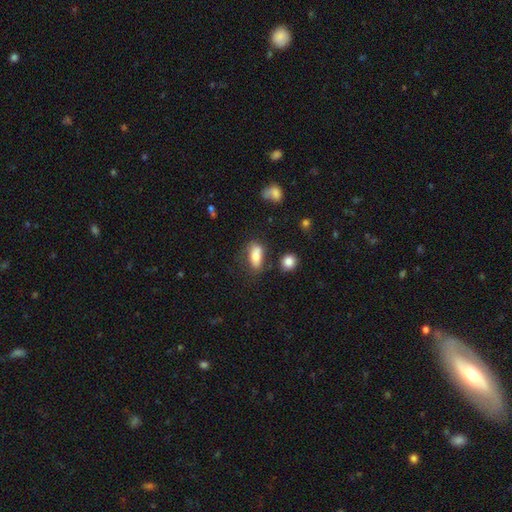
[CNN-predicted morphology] Q: Smooth or featured?
A: smooth (76%); runner-up: featured or disk (16%)
Q: How rounded?
A: in between (80%); runner-up: cigar-shaped (15%)
Q: Merging?
A: none (57%); runner-up: minor disturbance (22%)